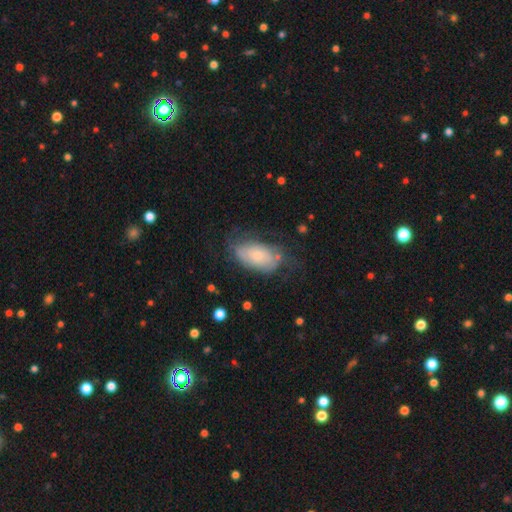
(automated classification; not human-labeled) A smooth galaxy with no disk features (53%) that is in between round and cigar-shaped (92%).

Vote fractions:
- Smooth or featured? smooth: 53% / featured or disk: 39% / star or artifact: 8%
- How rounded? in between: 92% / round: 5% / cigar-shaped: 3%
- Merging? none: 52% / minor disturbance: 28% / major disturbance: 17% / merger: 3%